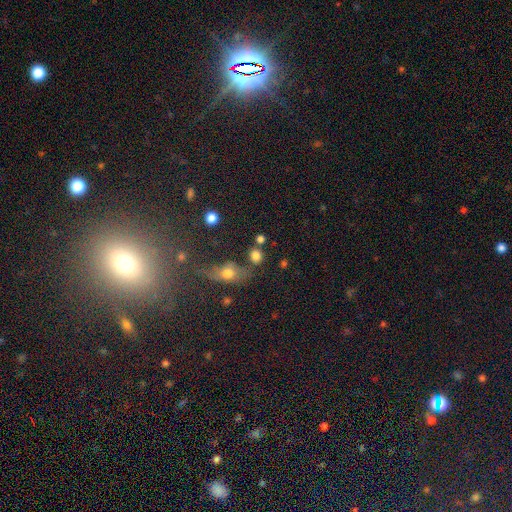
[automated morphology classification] Smooth or featured?
  - smooth: 79% *
  - star or artifact: 13%
  - featured or disk: 8%
How rounded?
  - round: 74% *
  - in between: 24%
  - cigar-shaped: 2%
Merging?
  - none: 67% *
  - merger: 17%
  - minor disturbance: 11%
  - major disturbance: 6%